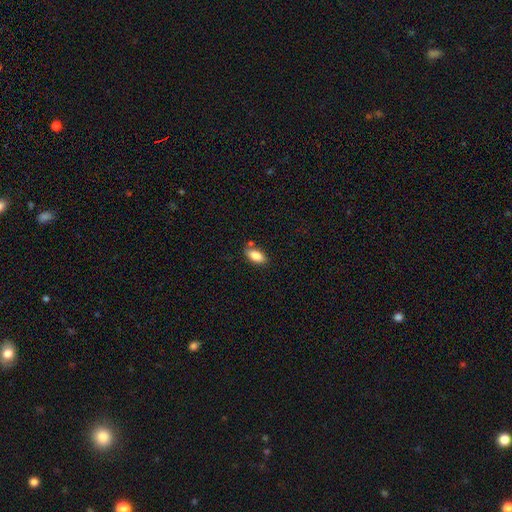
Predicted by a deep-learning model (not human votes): Smooth or featured? Predicted: smooth (p=0.83). How rounded? Predicted: in between (p=0.89). Merging? Predicted: none (p=0.77).